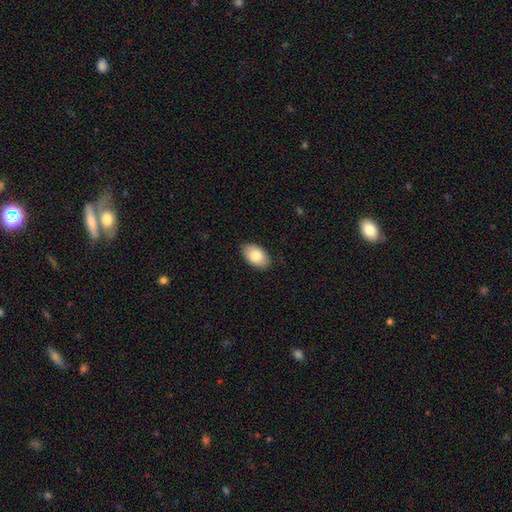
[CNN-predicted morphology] smooth_or_featured: smooth (p=0.84) [alt: featured or disk p=0.10]
how_rounded: in between (p=0.94) [alt: round p=0.05]
merging: none (p=0.85) [alt: minor disturbance p=0.12]